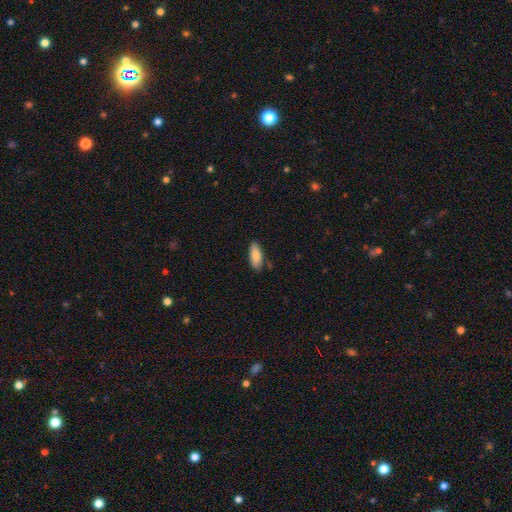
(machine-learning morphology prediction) smooth_or_featured: smooth (p=0.87) [alt: featured or disk p=0.07]
how_rounded: in between (p=0.75) [alt: cigar-shaped p=0.24]
merging: none (p=0.83) [alt: minor disturbance p=0.13]